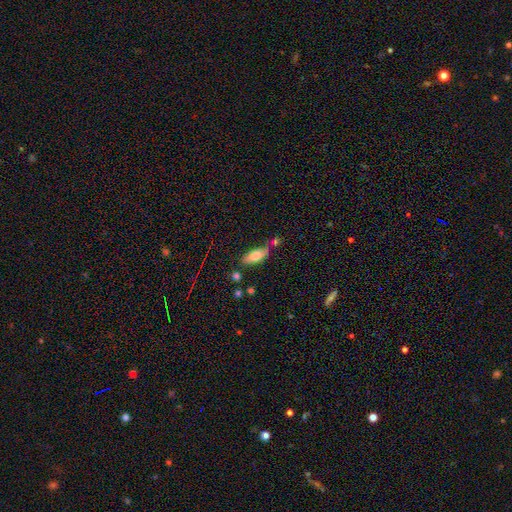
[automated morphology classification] smooth-or-featured: smooth: 74% | featured or disk: 19% | star or artifact: 8%
  how-rounded: in between: 77% | cigar-shaped: 20% | round: 3%
  merging: none: 59% | minor disturbance: 19% | merger: 18% | major disturbance: 5%